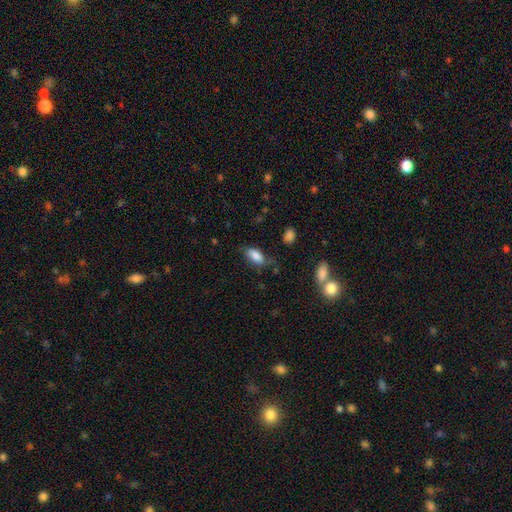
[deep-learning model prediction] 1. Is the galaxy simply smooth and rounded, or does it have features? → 83% smooth, 9% featured or disk, 8% star or artifact.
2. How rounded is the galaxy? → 89% in between, 7% cigar-shaped, 4% round.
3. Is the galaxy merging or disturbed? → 64% none, 25% minor disturbance, 8% major disturbance, 3% merger.